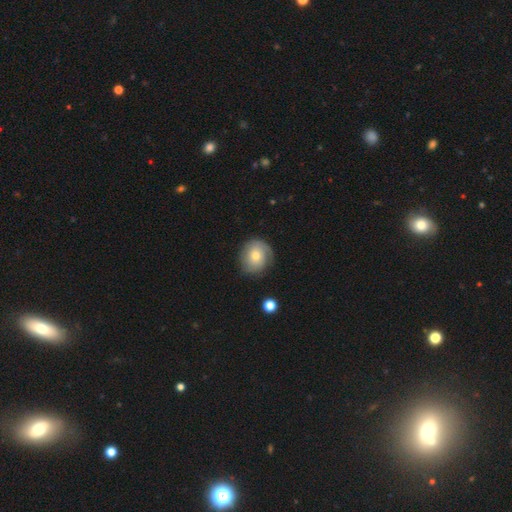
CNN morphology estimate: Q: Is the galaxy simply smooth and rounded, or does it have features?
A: smooth — 48%.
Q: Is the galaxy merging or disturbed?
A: none — 74%.